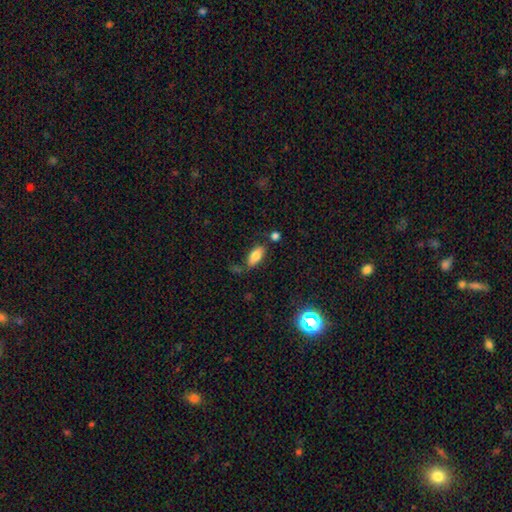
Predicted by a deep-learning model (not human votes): A smooth galaxy with no disk features (78%) that is in between round and cigar-shaped (88%).

Vote fractions:
- Smooth or featured? smooth: 78% / featured or disk: 13% / star or artifact: 8%
- How rounded? in between: 88% / cigar-shaped: 9% / round: 3%
- Merging? none: 66% / minor disturbance: 19% / merger: 9% / major disturbance: 6%